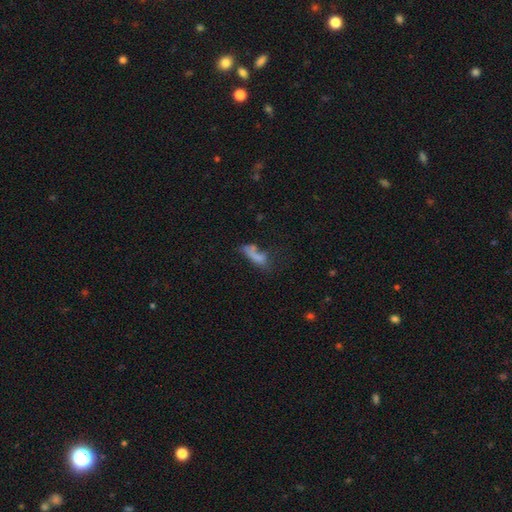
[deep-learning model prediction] The model was most divided on "merging": none: 31%, major disturbance: 27%, merger: 22%, minor disturbance: 21%. More confident: smooth or featured — smooth (66%); how rounded — in between (59%).